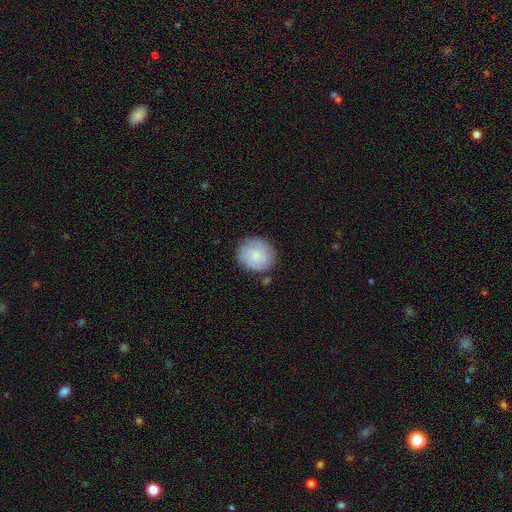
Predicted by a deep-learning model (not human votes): Overall: smooth (67%). How rounded: round (87%). Merging: none (80%).